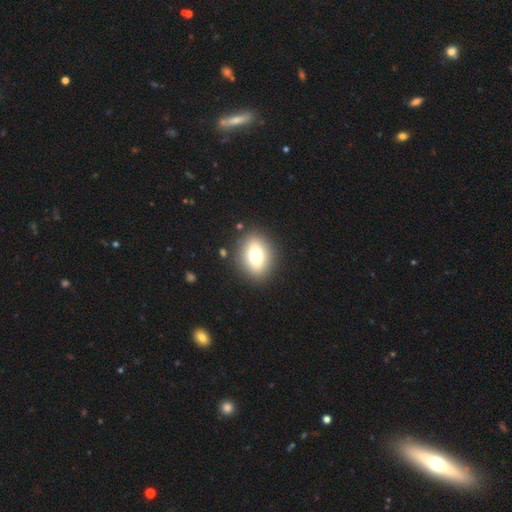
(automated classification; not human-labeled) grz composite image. It shows a smooth galaxy with no disk features (71%) that is in between round and cigar-shaped (62%). Merging: none (87%).